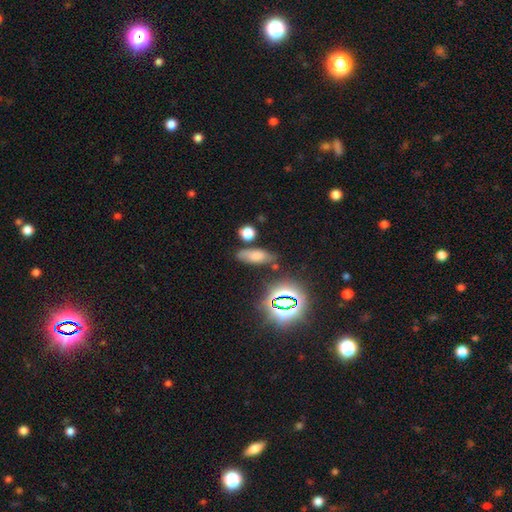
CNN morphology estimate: smooth-or-featured: smooth: 65% | star or artifact: 20% | featured or disk: 15%
  how-rounded: in between: 73% | cigar-shaped: 21% | round: 6%
  merging: none: 70% | minor disturbance: 17% | merger: 8% | major disturbance: 5%